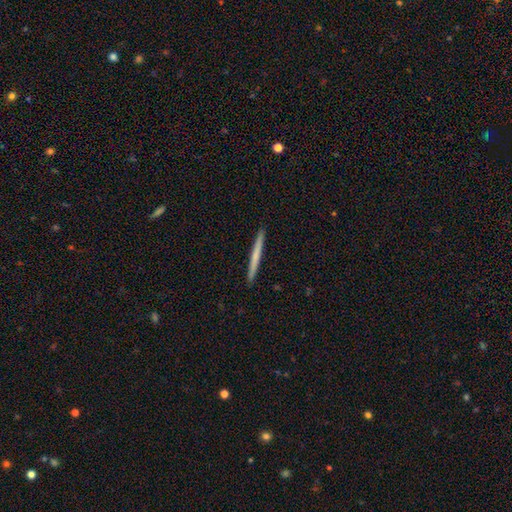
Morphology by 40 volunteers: This is possibly a smooth galaxy (48%). How rounded: clearly cigar-shaped (100%). Merging: clearly none (91%).